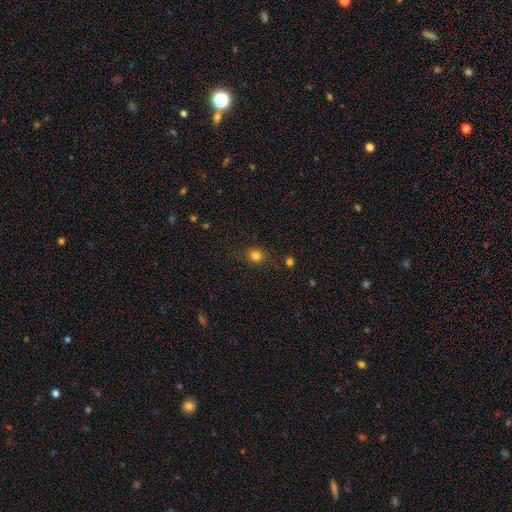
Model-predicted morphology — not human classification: This appears to be a smooth galaxy with no disk features (80%) that is round (79%). Merging: none (84%).